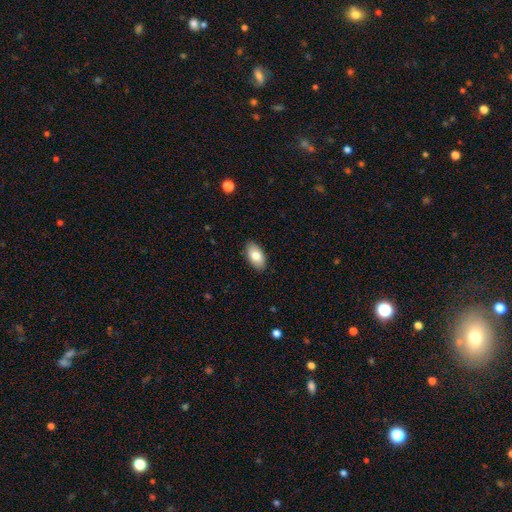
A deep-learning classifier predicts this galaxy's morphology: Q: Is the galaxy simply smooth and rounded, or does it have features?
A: smooth — 81%.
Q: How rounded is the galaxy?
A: in between — 94%.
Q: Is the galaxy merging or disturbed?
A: none — 88%.